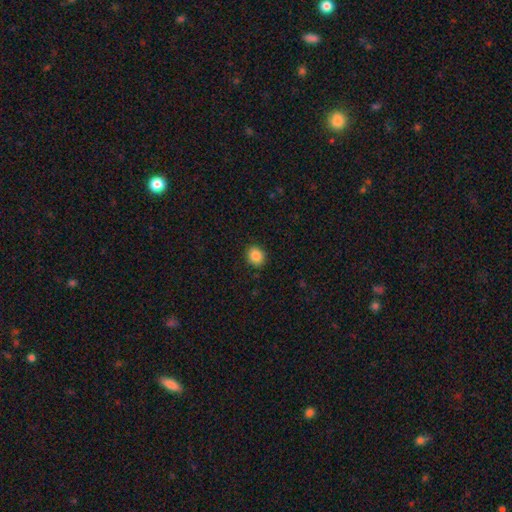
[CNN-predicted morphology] Overall: smooth (87%). How rounded: round (66%; in between 33%). Merging: none (90%).